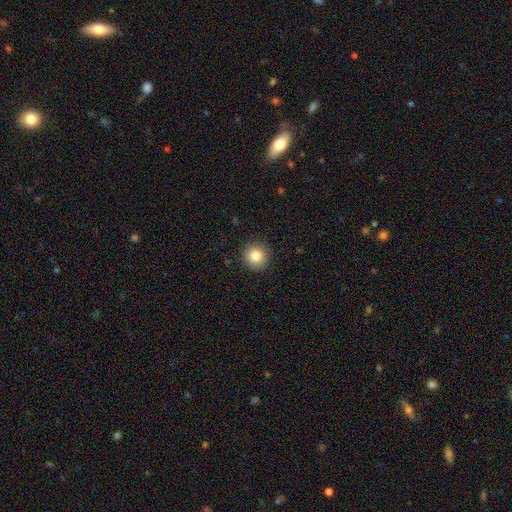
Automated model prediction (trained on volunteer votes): smooth-or-featured: smooth: 82% | star or artifact: 11% | featured or disk: 8%
  how-rounded: round: 95% | in between: 4% | cigar-shaped: 1%
  merging: none: 92% | minor disturbance: 5% | major disturbance: 2% | merger: 1%